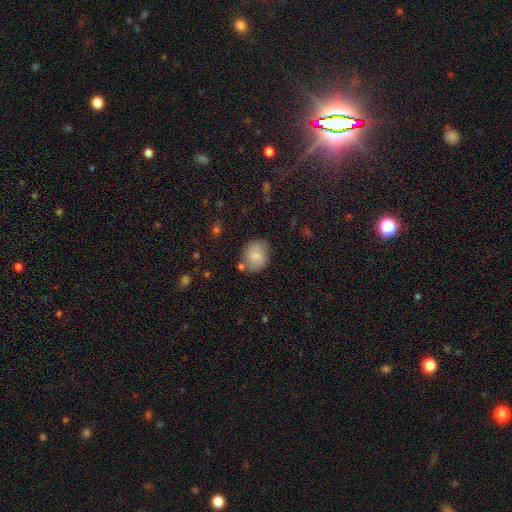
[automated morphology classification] Q: Smooth or featured?
A: smooth (76%); runner-up: featured or disk (15%)
Q: How rounded?
A: round (61%); runner-up: in between (38%)
Q: Merging?
A: none (70%); runner-up: minor disturbance (18%)